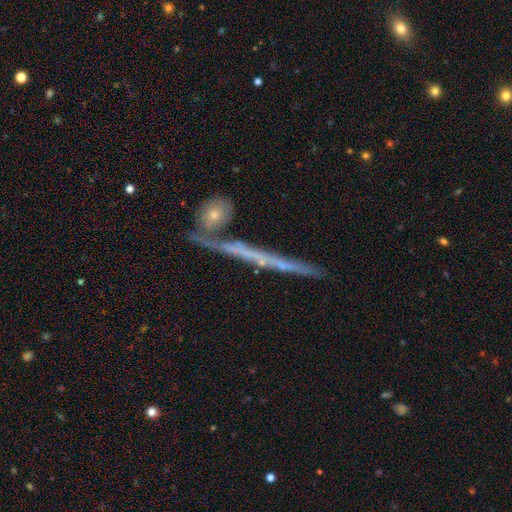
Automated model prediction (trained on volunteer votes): Smooth or featured?
  - featured or disk: 63% *
  - smooth: 28%
  - star or artifact: 10%
Edge-on disk?
  - yes: 91% *
  - no: 9%
Edge-on bulge?
  - none: 78% *
  - rounded: 16%
  - boxy: 6%
Merging?
  - none: 71% *
  - merger: 15%
  - minor disturbance: 10%
  - major disturbance: 4%